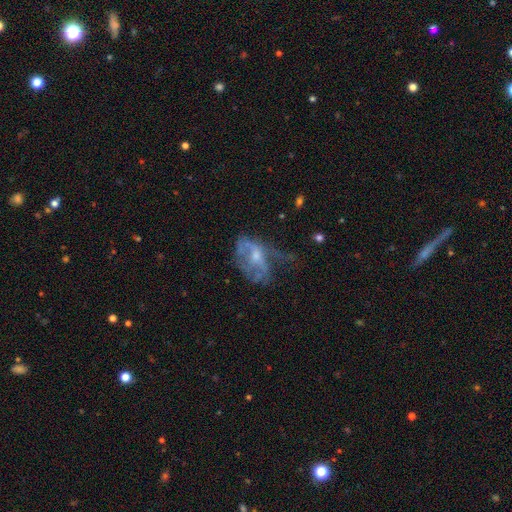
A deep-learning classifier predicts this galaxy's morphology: Smooth or featured: featured or disk — 61% (smooth — 27%)
Edge-on disk: no — 93% (yes — 7%)
Bar: no — 74% (weak — 21%)
Spiral arms: no — 70% (yes — 30%)
Bulge size: small — 48% (moderate — 38%)
Merging: major disturbance — 41% (none — 32%)